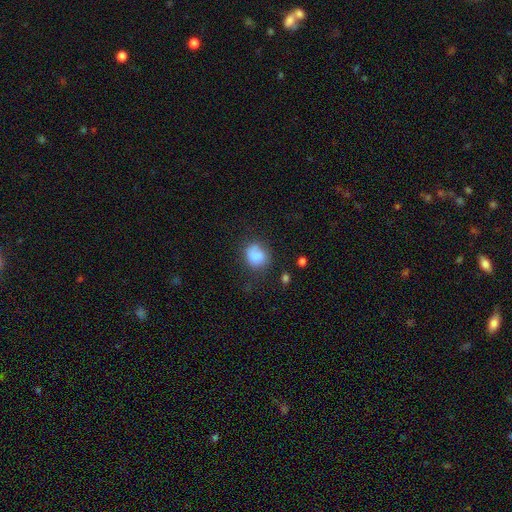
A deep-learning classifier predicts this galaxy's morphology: Smooth or featured?
  - smooth: 80% *
  - featured or disk: 11%
  - star or artifact: 9%
How rounded?
  - round: 65% *
  - in between: 34%
  - cigar-shaped: 1%
Merging?
  - none: 53% *
  - minor disturbance: 27%
  - major disturbance: 12%
  - merger: 8%